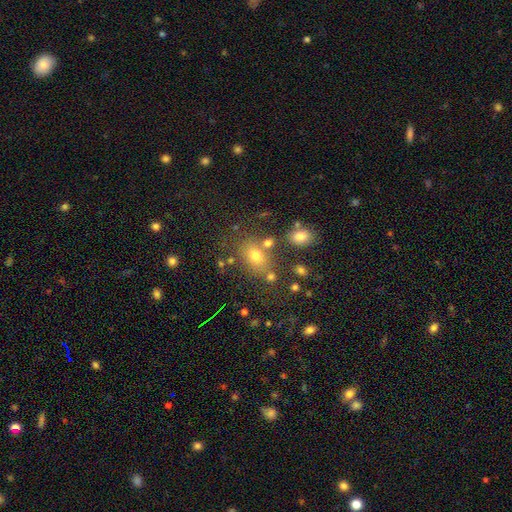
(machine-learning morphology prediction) Overall: smooth (69%). How rounded: in between (66%; round 33%). Merging: none (66%).